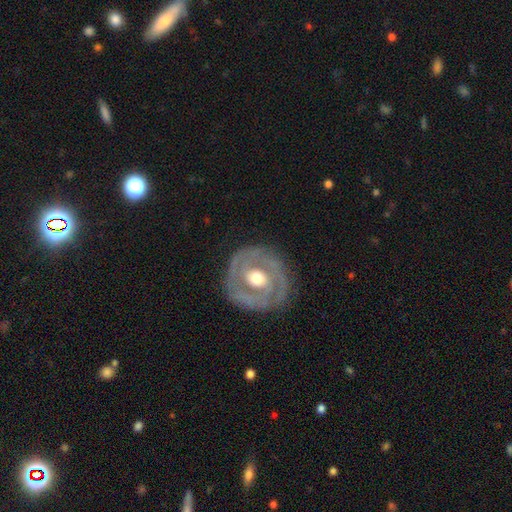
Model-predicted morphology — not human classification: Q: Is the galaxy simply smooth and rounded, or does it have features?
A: featured or disk — 74%.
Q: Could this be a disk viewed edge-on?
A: no — 95%.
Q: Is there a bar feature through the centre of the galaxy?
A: no — 49%.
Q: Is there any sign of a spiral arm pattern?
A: yes — 60%.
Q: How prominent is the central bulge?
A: moderate — 74%.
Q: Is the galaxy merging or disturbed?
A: none — 80%.